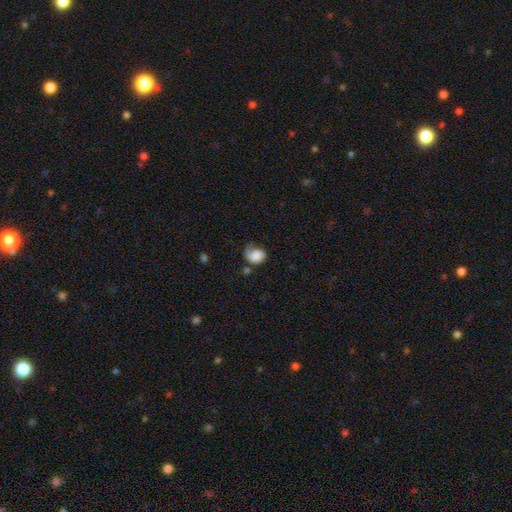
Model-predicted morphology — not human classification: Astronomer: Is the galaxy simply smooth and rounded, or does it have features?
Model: smooth — 74%.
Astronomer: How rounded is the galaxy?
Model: round — 54% (runner-up: in between, 45%).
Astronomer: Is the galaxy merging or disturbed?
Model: none — 35% (runner-up: minor disturbance, 34%).